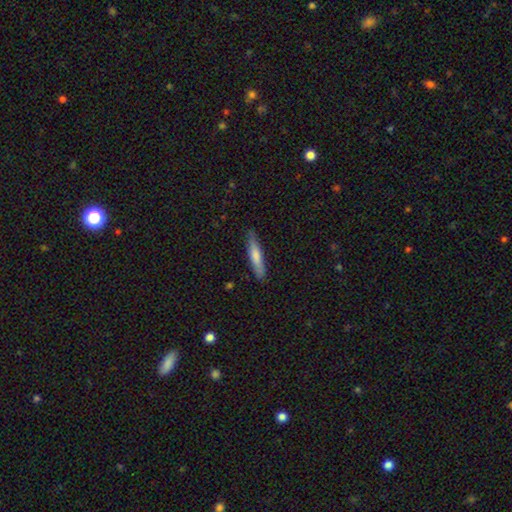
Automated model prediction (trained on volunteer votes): This is likely a smooth galaxy (69%). How rounded: clearly cigar-shaped (88%). Merging: clearly none (86%).